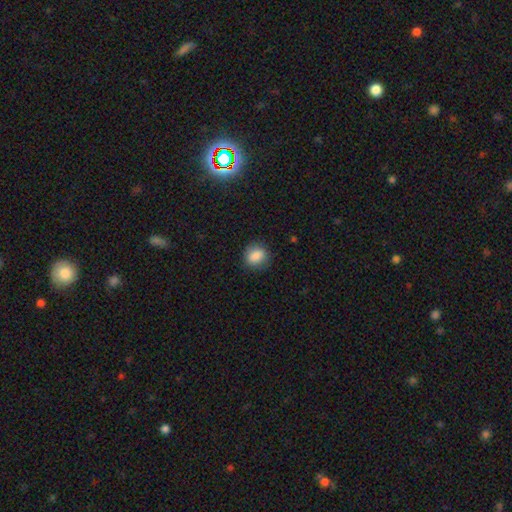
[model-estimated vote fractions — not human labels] Smooth or featured? smooth (87%)
How rounded? round (60%)
Merging? none (82%)